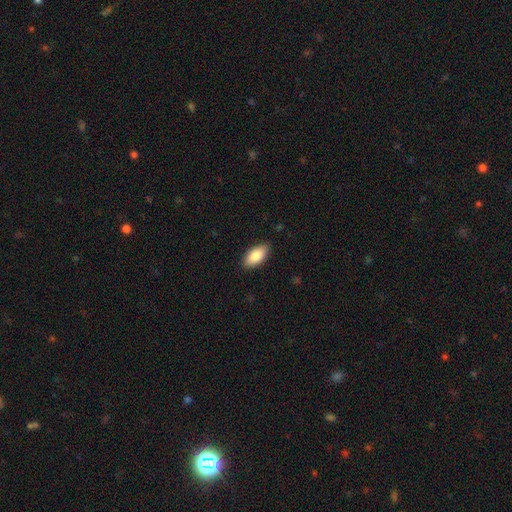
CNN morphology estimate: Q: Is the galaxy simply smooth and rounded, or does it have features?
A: smooth — 85%.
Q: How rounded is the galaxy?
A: in between — 93%.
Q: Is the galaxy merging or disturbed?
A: none — 88%.